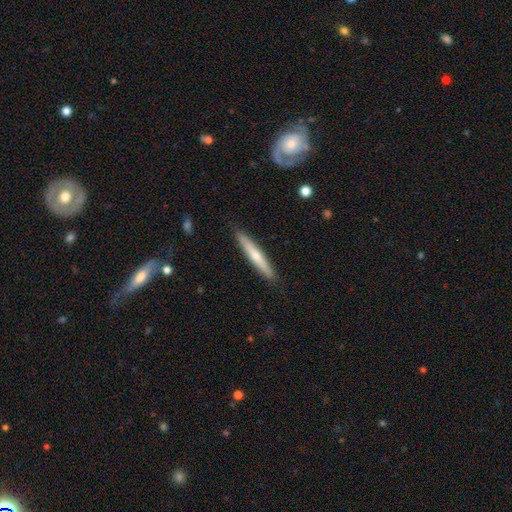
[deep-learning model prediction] The model was most divided on "smooth or featured": smooth: 55%, featured or disk: 40%, star or artifact: 5%. More confident: how rounded — cigar-shaped (94%); merging — none (90%).